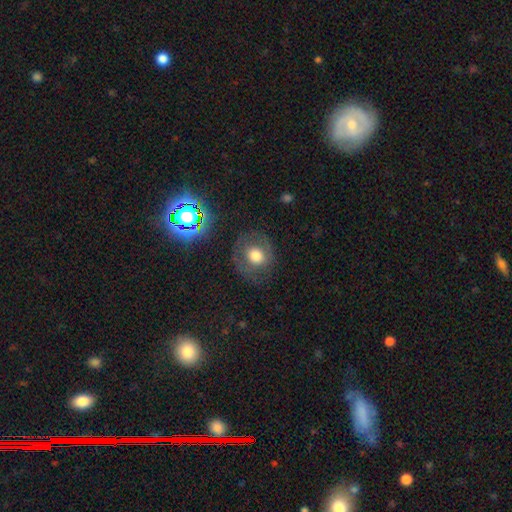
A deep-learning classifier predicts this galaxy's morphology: The model was most divided on "smooth or featured": smooth: 56%, featured or disk: 31%, star or artifact: 13%. More confident: how rounded — round (78%); merging — none (75%).